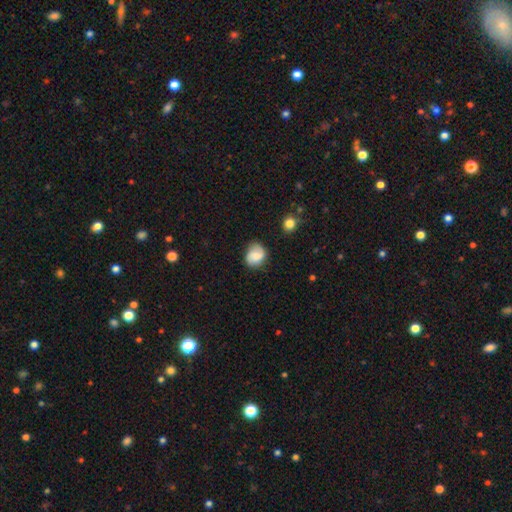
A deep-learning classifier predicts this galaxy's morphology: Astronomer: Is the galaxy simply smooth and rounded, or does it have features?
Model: smooth — 59%.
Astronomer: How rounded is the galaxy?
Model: round — 62% (runner-up: in between, 37%).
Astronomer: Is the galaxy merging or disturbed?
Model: none — 67%.